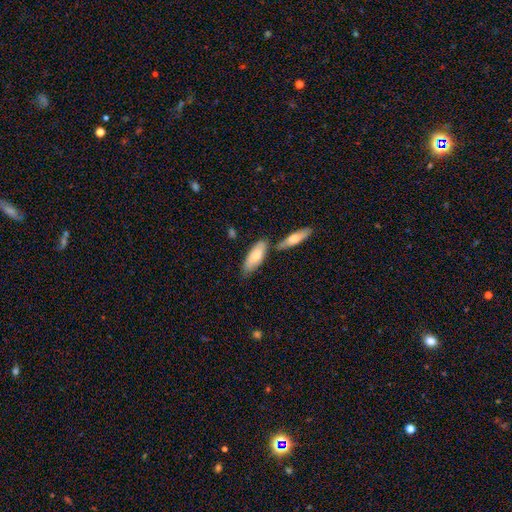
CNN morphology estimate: This is likely a smooth galaxy (71%). How rounded: likely in between (68%). Merging: likely none (61%).